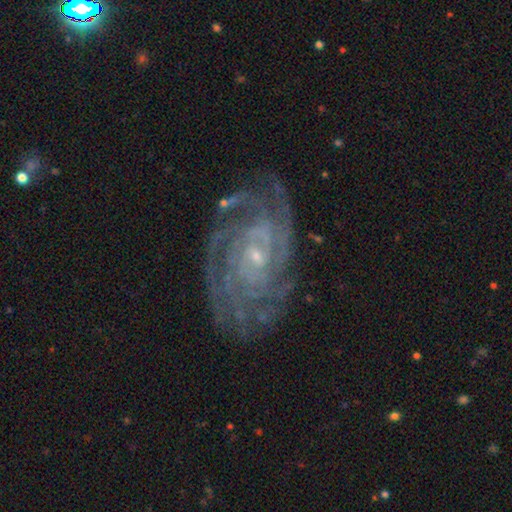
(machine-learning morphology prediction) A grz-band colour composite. It shows a featured or disk galaxy (87%) with no bar (68%), tight (77%) spiral arms (97%) and a small central bulge (78%). Merging: none (79%).